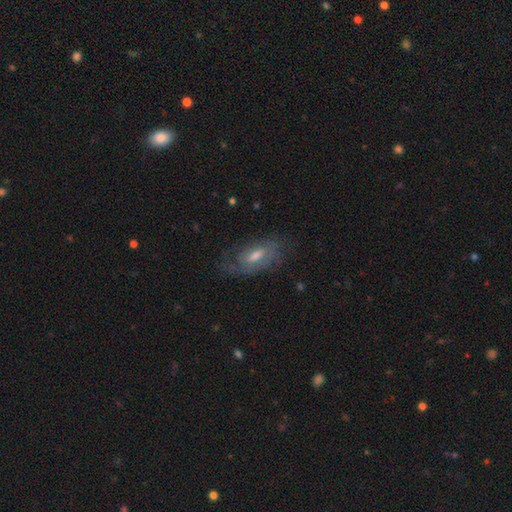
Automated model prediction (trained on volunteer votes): smooth_or_featured: featured or disk (p=0.59) [alt: smooth p=0.33]
disk_edge_on: no (p=0.88) [alt: yes p=0.12]
bar: weak (p=0.45) [tied with: no p=0.45]
has_spiral_arms: yes (p=0.77) [alt: no p=0.23]
bulge_size: moderate (p=0.60) [alt: small p=0.21]
merging: none (p=0.62) [alt: minor disturbance p=0.23]